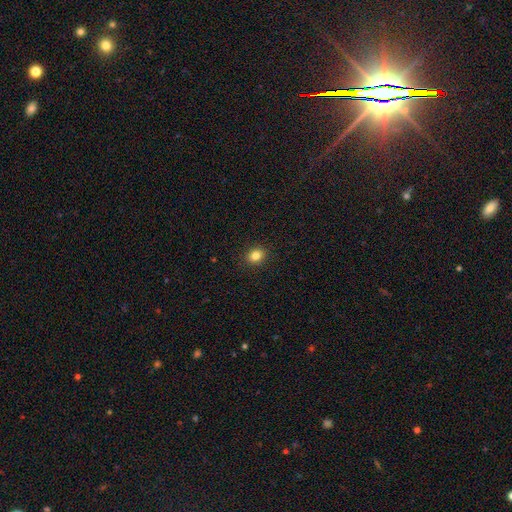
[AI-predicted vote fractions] This appears to be a smooth galaxy with no disk features (83%) that is round (67%). Merging: none (91%).